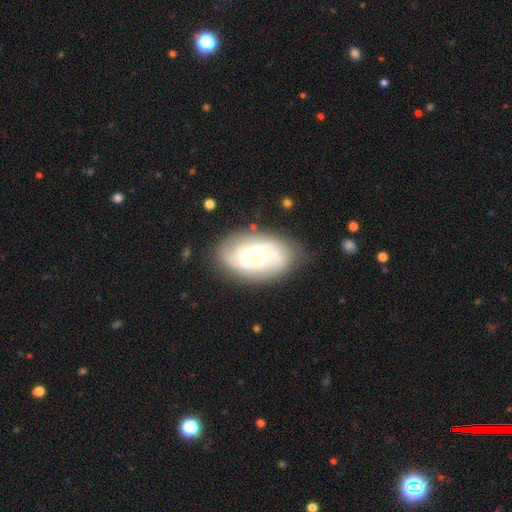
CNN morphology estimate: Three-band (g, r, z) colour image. It shows a featured or disk galaxy (65%) with no bar (79%), spiral arms (74%) and a small central bulge (55%). Merging: none (73%).